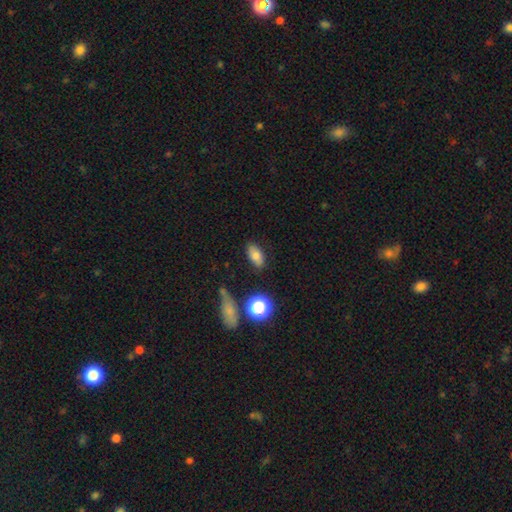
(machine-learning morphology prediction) type=smooth (76%); roundness=in between (86%); merging=none (79%).